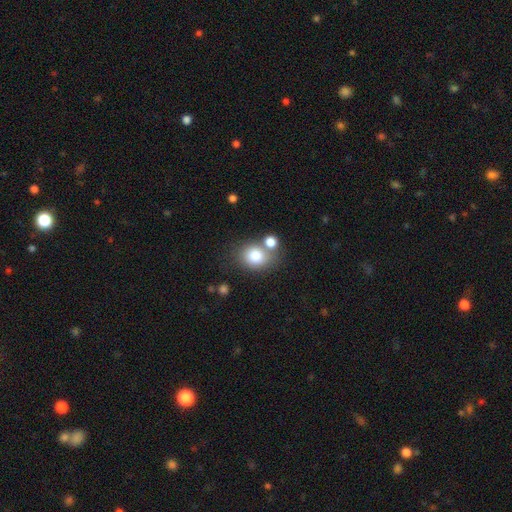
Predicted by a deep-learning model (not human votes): A smooth galaxy with no disk features (78%) that is round (63%). Merging: none (59%).